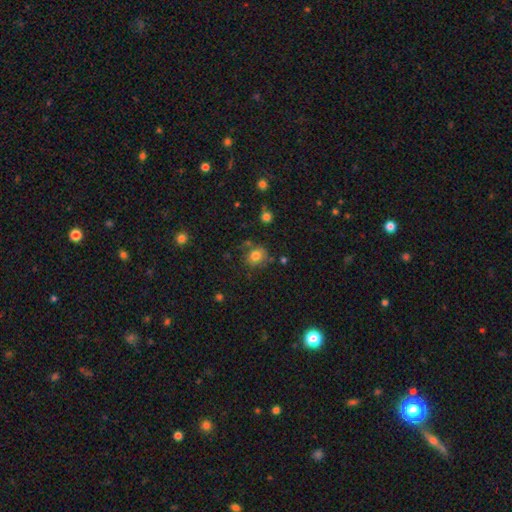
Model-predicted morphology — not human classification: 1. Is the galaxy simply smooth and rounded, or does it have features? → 78% smooth, 13% star or artifact, 9% featured or disk.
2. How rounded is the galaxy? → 76% round, 23% in between, 1% cigar-shaped.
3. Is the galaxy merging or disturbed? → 72% none, 17% minor disturbance, 6% merger, 5% major disturbance.